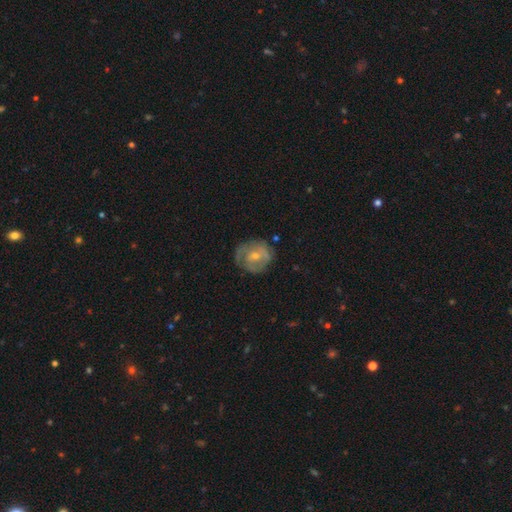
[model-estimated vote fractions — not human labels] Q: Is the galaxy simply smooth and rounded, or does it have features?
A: featured or disk — 58%.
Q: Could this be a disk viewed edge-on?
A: no — 97%.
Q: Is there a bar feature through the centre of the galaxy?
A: no — 57%.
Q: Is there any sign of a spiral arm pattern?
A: yes — 65%.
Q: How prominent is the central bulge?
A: small — 61%.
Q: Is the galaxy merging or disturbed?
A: none — 63%.